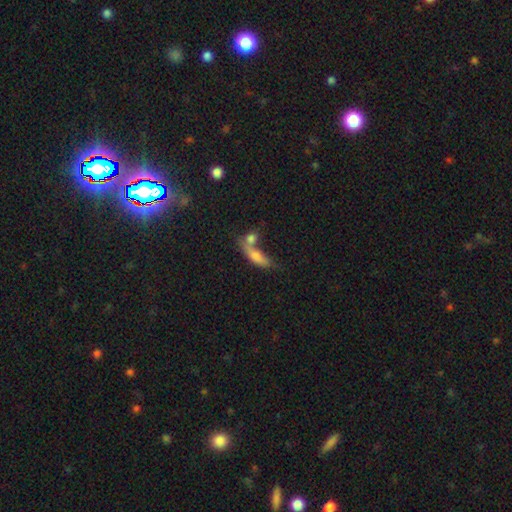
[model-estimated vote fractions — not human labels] Q: Smooth or featured?
A: smooth (65%); runner-up: featured or disk (25%)
Q: How rounded?
A: in between (50%); runner-up: cigar-shaped (45%)
Q: Merging?
A: merger (46%); runner-up: none (31%)